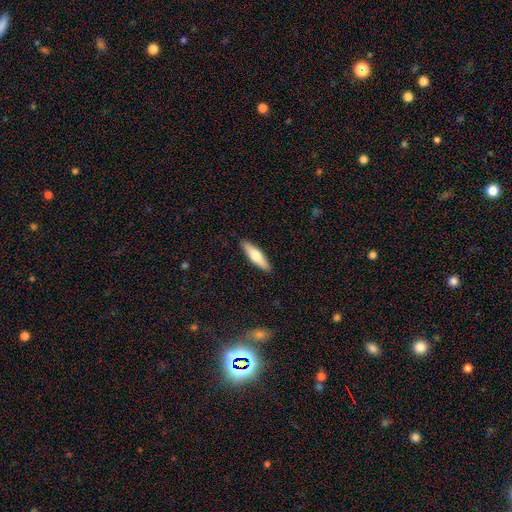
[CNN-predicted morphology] Smooth or featured? Predicted: smooth (p=0.57). How rounded? Predicted: cigar-shaped (p=0.68). Merging? Predicted: none (p=0.90).